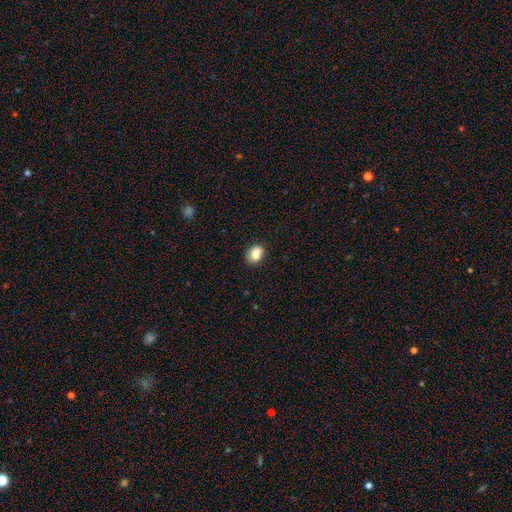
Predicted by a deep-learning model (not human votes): Morphology: type=smooth (83%); roundness=in between (59%); merging=none (72%).